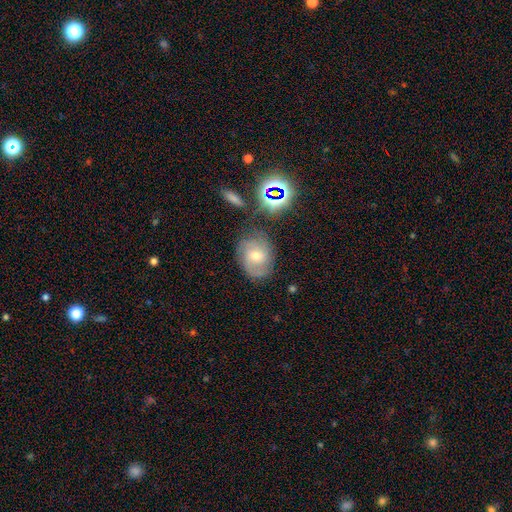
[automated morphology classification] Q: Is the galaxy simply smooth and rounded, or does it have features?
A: featured or disk — 55%.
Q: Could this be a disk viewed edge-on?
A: no — 96%.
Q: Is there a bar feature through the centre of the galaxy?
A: no — 57%.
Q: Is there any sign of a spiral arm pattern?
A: yes — 86%.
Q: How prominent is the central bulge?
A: moderate — 58%.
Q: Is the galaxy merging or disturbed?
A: none — 68%.